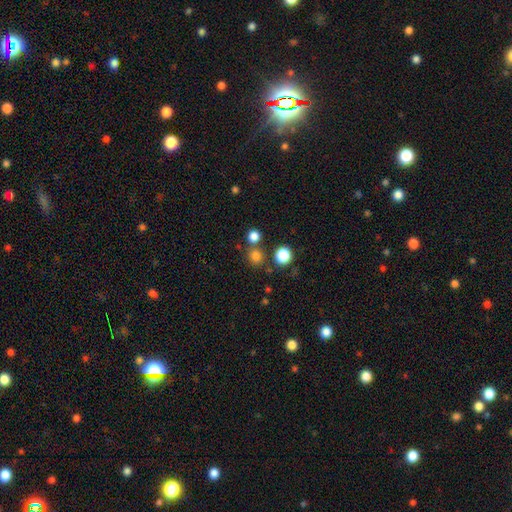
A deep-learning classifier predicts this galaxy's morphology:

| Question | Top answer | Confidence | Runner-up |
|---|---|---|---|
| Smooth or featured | smooth | 78% | star or artifact (17%) |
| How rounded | round | 87% | in between (12%) |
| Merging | none | 72% | merger (18%) |